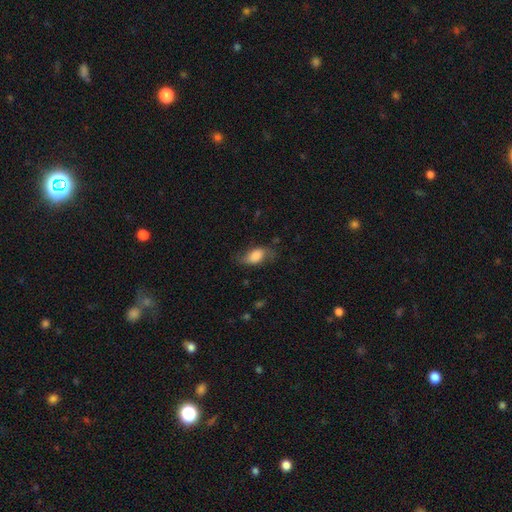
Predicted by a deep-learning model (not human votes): This is likely a smooth galaxy (65%). How rounded: clearly in between (88%). Merging: likely none (60%).